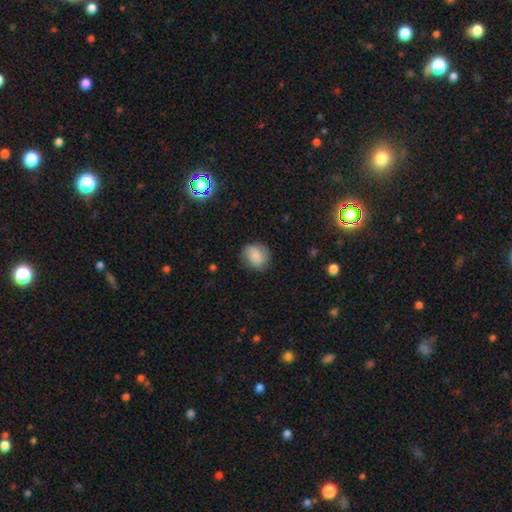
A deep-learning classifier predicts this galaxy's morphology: type=smooth (79%); roundness=round (76%); merging=none (78%).